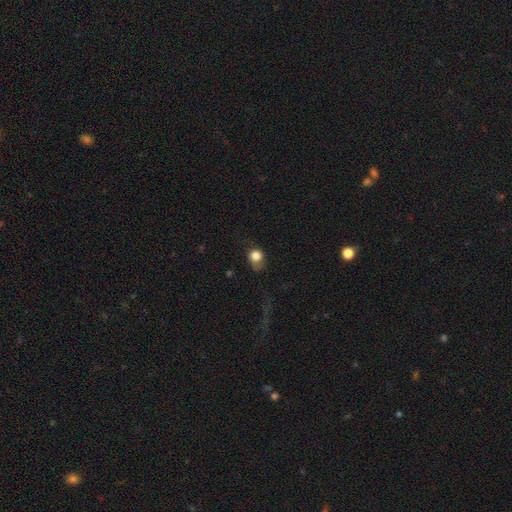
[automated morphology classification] This appears to be a smooth galaxy with no disk features (80%) that is round (70%). Merging: none (46%).